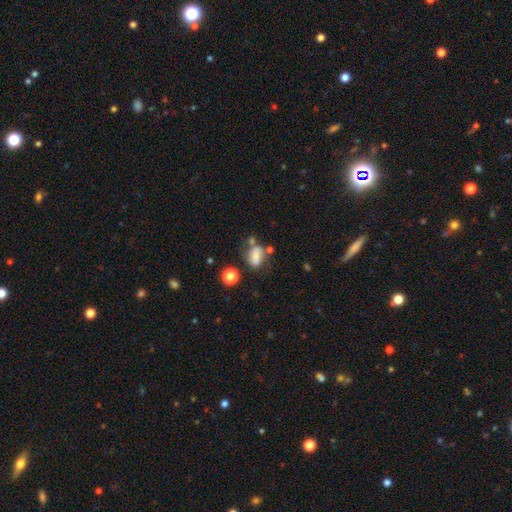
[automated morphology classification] type=smooth (64%); roundness=in between (73%); merging=none (44%).